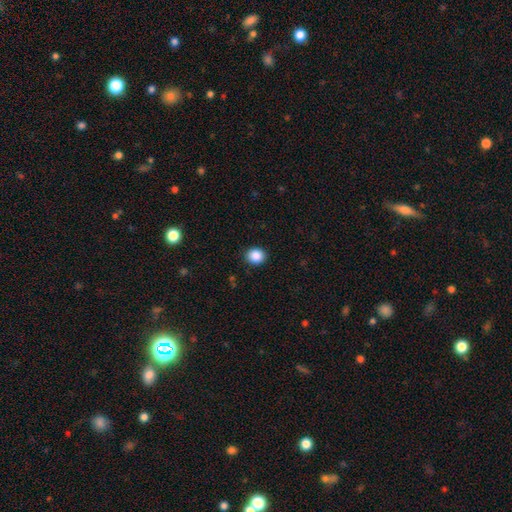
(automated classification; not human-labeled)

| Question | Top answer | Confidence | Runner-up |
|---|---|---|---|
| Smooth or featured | smooth | 88% | star or artifact (9%) |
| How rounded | round | 76% | in between (23%) |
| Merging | none | 91% | minor disturbance (6%) |